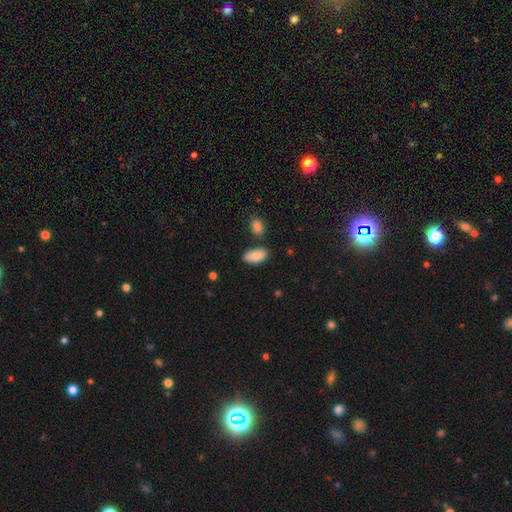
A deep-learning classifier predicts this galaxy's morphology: Smooth or featured? Predicted: smooth (p=0.84). How rounded? Predicted: in between (p=0.94). Merging? Predicted: none (p=0.75).